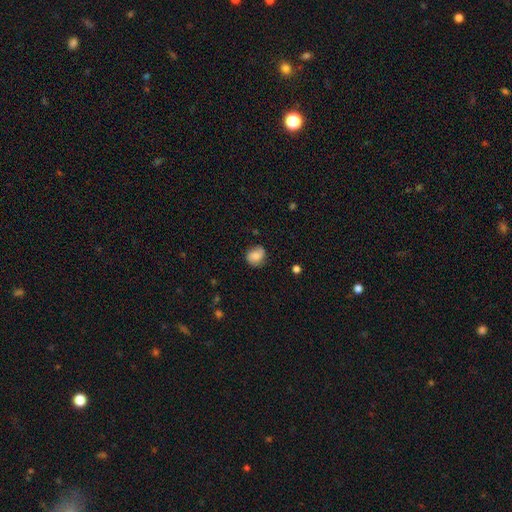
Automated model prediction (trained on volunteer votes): Morphology: type=smooth (66%); roundness=round (67%); merging=none (71%).